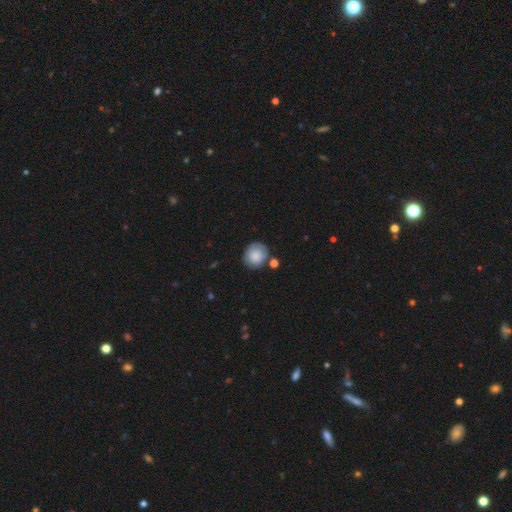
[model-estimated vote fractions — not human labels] Overall: smooth (78%). How rounded: round (81%). Merging: none (71%).